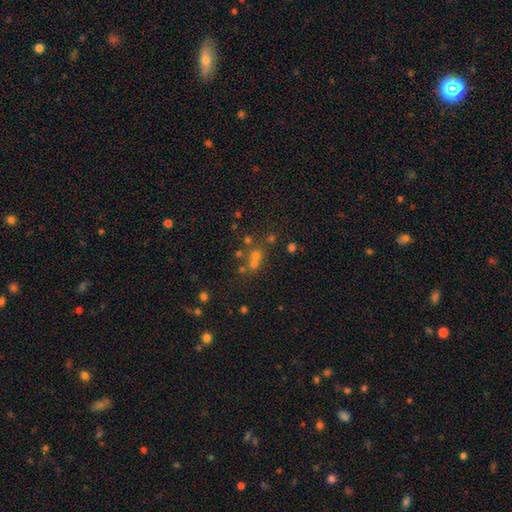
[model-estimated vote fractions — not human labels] Overall: smooth (44%; star or artifact 35%). Merging: none (49%; merger 38%).